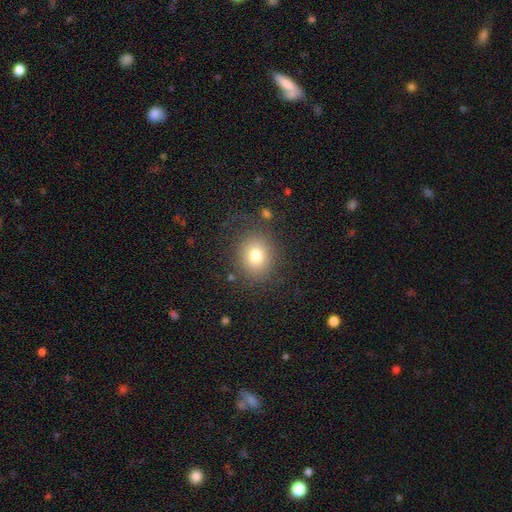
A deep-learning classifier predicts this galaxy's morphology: Smooth or featured?
  - smooth: 77% *
  - star or artifact: 12%
  - featured or disk: 11%
How rounded?
  - round: 75% *
  - in between: 24%
  - cigar-shaped: 1%
Merging?
  - none: 78% *
  - minor disturbance: 12%
  - major disturbance: 8%
  - merger: 2%